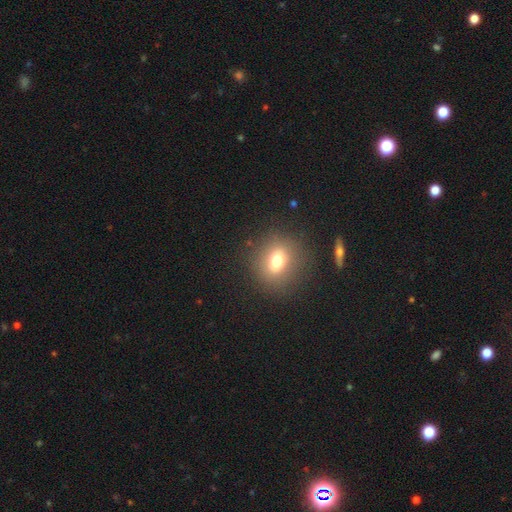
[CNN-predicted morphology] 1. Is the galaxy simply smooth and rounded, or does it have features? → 63% smooth, 22% star or artifact, 14% featured or disk.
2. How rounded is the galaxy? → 73% round, 25% in between, 2% cigar-shaped.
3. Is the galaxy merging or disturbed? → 88% none, 7% minor disturbance, 3% major disturbance, 2% merger.